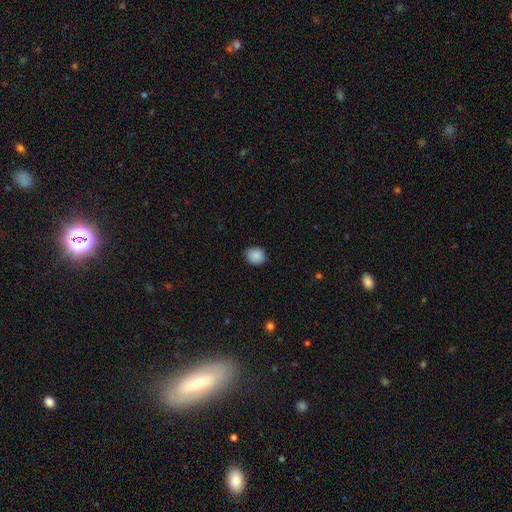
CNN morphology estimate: This appears to be a smooth galaxy with no disk features (89%) that is round (71%). Merging: none (87%).